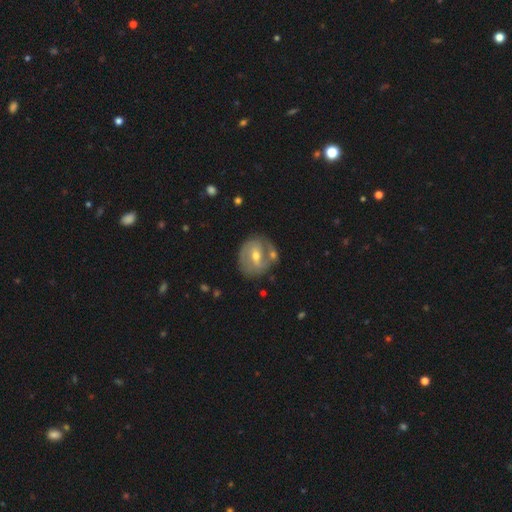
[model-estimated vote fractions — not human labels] Smooth or featured? Predicted: featured or disk (p=0.68). Edge-on disk? Predicted: no (p=0.96). Bar? Predicted: weak (p=0.47). Spiral arms? Predicted: yes (p=0.70). Bulge size? Predicted: moderate (p=0.66). Merging? Predicted: none (p=0.64).